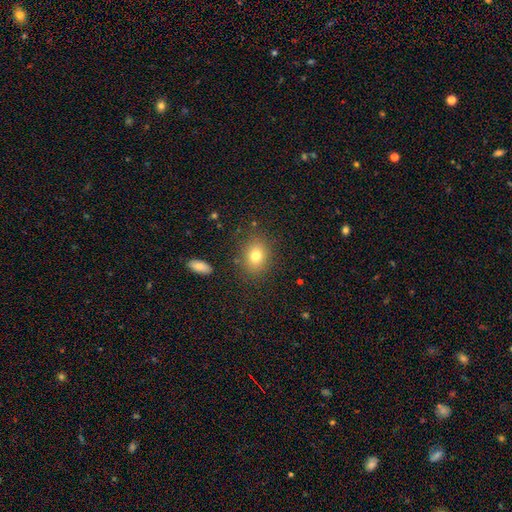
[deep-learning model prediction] smooth-or-featured: smooth: 77% | star or artifact: 12% | featured or disk: 11%
  how-rounded: in between: 55% | round: 44% | cigar-shaped: 1%
  merging: none: 83% | minor disturbance: 10% | major disturbance: 4% | merger: 3%